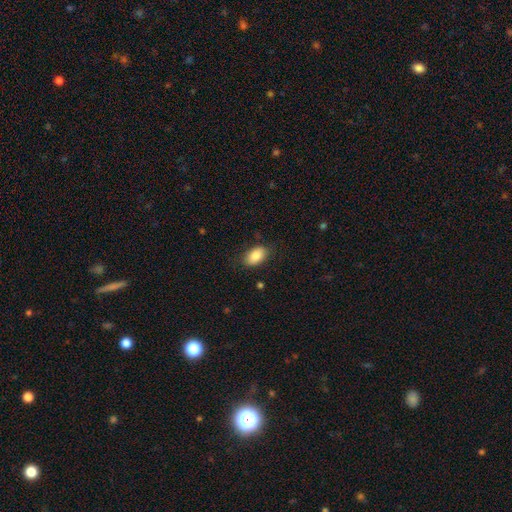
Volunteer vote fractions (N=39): A smooth galaxy with no disk features (85%) that is in between round and cigar-shaped (97%). Merging: none (76%).